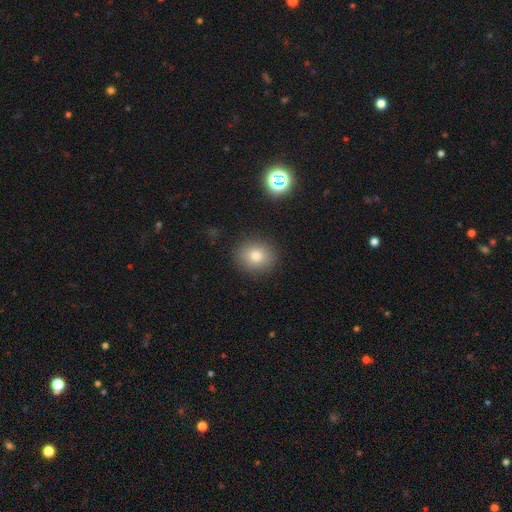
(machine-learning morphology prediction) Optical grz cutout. It shows a smooth galaxy with no disk features (79%) that is round (73%). Merging: none (89%).